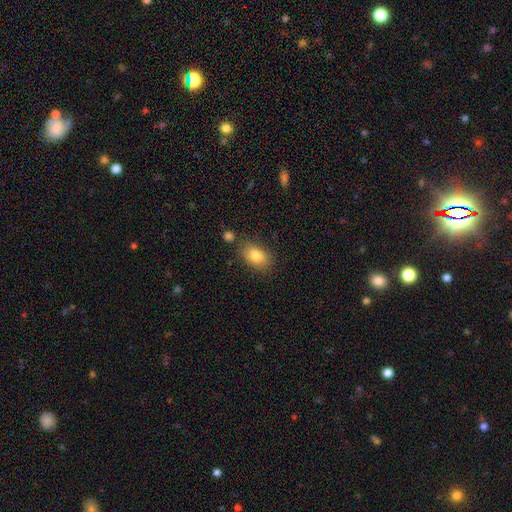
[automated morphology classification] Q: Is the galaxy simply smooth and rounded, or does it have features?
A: smooth — 82%.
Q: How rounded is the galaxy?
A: in between — 85%.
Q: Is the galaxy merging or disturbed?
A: none — 77%.